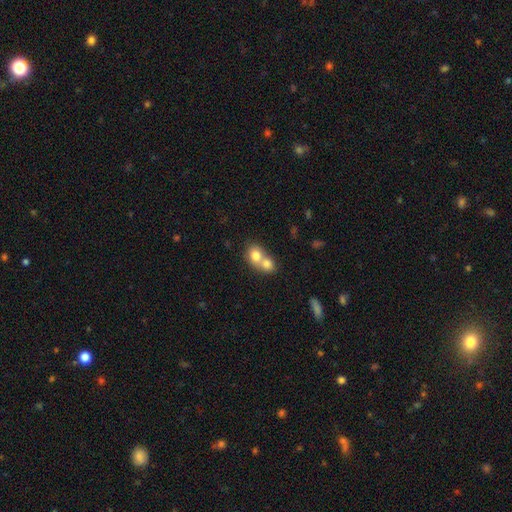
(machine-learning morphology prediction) This is likely a smooth galaxy (75%). How rounded: likely round (67%). Merging: likely merger (71%).